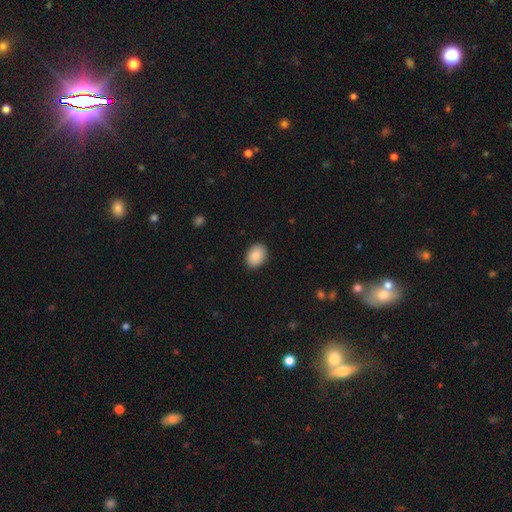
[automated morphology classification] The model was most divided on "how rounded": in between: 77%, round: 22%, cigar-shaped: 1%. More confident: smooth or featured — smooth (89%); merging — none (89%).